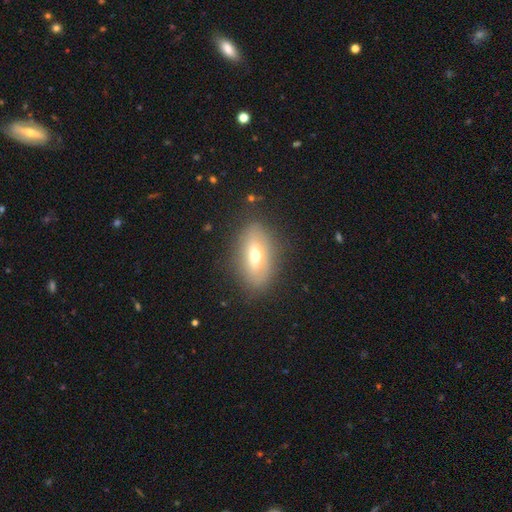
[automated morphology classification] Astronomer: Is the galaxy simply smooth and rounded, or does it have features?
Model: smooth — 52% (runner-up: featured or disk, 38%).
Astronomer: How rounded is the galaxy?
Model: in between — 82%.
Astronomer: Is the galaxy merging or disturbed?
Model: none — 83%.